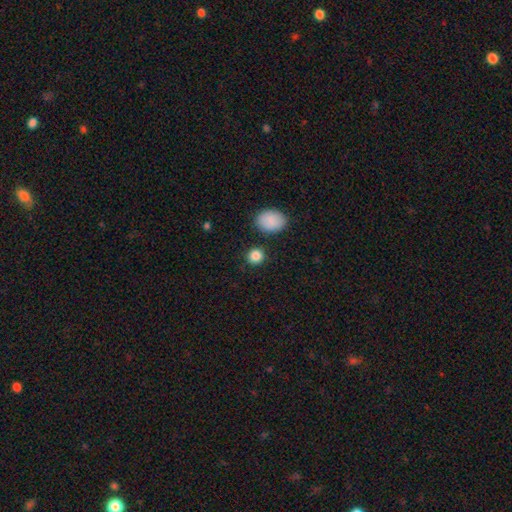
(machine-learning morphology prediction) Smooth or featured? smooth (86%)
How rounded? round (84%)
Merging? none (85%)